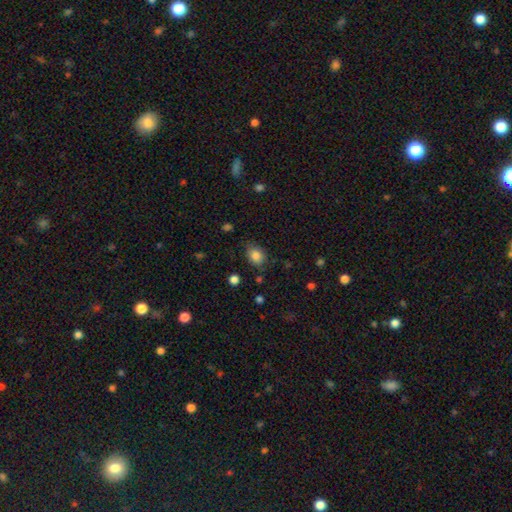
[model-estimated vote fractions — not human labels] A smooth galaxy with no disk features (85%) that is in between round and cigar-shaped (60%).

Vote fractions:
- Smooth or featured? smooth: 85% / star or artifact: 9% / featured or disk: 6%
- How rounded? in between: 60% / round: 39% / cigar-shaped: 1%
- Merging? none: 75% / minor disturbance: 19% / major disturbance: 4% / merger: 2%